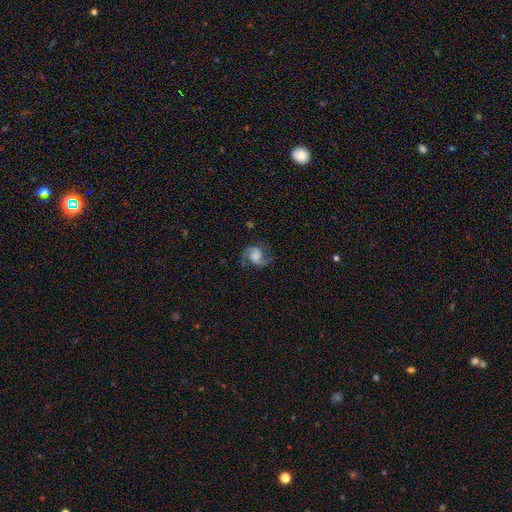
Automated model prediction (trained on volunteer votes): This appears to be a featured or disk galaxy (82%) with no bar (54%), 2 (92%) medium (51%) spiral arms (96%) and a moderate central bulge (28%). Merging: none (75%).